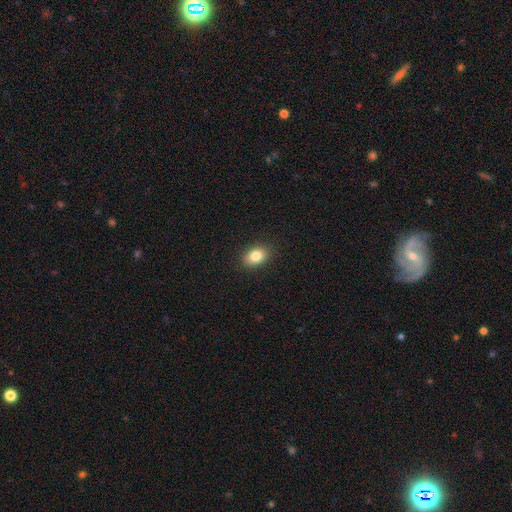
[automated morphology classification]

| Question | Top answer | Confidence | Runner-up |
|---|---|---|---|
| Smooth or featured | smooth | 84% | star or artifact (9%) |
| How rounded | in between | 78% | round (20%) |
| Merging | none | 89% | minor disturbance (8%) |